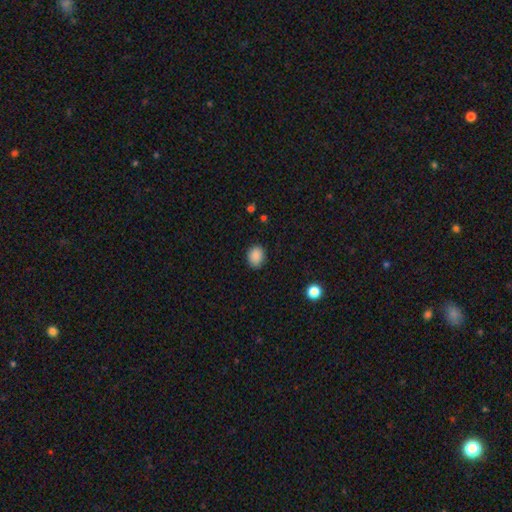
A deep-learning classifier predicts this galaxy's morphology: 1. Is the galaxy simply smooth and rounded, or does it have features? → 88% smooth, 9% star or artifact, 3% featured or disk.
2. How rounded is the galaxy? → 55% in between, 44% round, 1% cigar-shaped.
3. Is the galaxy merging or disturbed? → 85% none, 12% minor disturbance, 3% major disturbance, 1% merger.